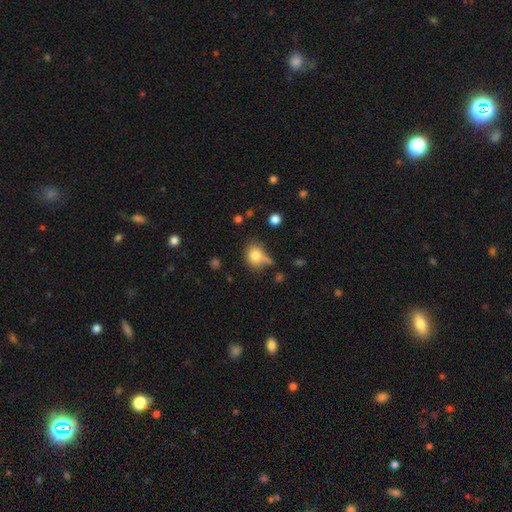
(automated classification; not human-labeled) A smooth galaxy with no disk features (77%) that is round (61%). Merging: none (49%).